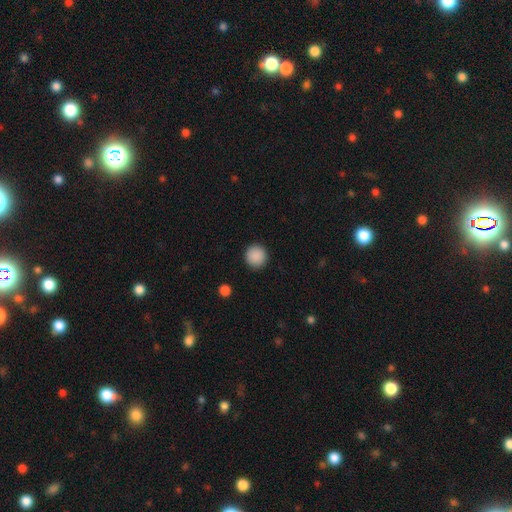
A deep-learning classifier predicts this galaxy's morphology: Smooth or featured? Predicted: smooth (p=0.90). How rounded? Predicted: round (p=0.95). Merging? Predicted: none (p=0.92).